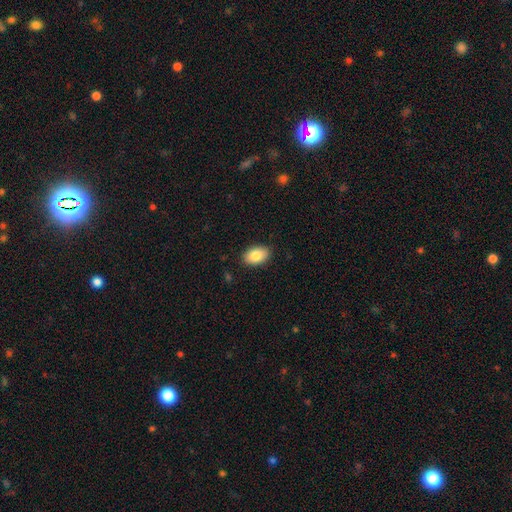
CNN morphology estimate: Smooth or featured? Predicted: smooth (p=0.85). How rounded? Predicted: in between (p=0.90). Merging? Predicted: none (p=0.88).